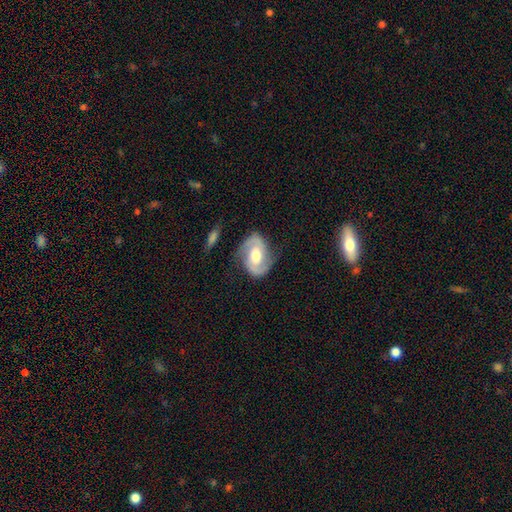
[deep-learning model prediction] This is clearly a featured or disk galaxy (84%). It is clearly not viewed edge-on (97%). Bar: marginally weak (45%). Spiral arm pattern: clearly yes (95%). Spiral arm count: clearly 2 (92%). Spiral winding: possibly medium (53%). Central bulge: likely moderate (66%). Merging: likely none (77%).